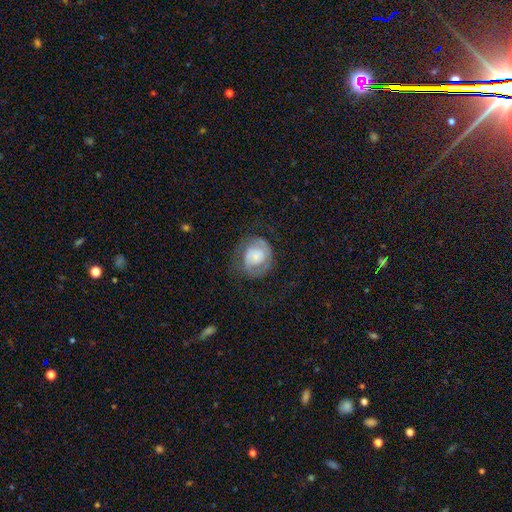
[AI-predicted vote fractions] Smooth or featured: featured or disk — 59% (smooth — 34%)
Edge-on disk: no — 98% (yes — 2%)
Bar: no — 71% (weak — 23%)
Spiral arms: yes — 79% (no — 21%)
Bulge size: small — 28% (moderate — 25%)
Merging: none — 58% (minor disturbance — 21%)